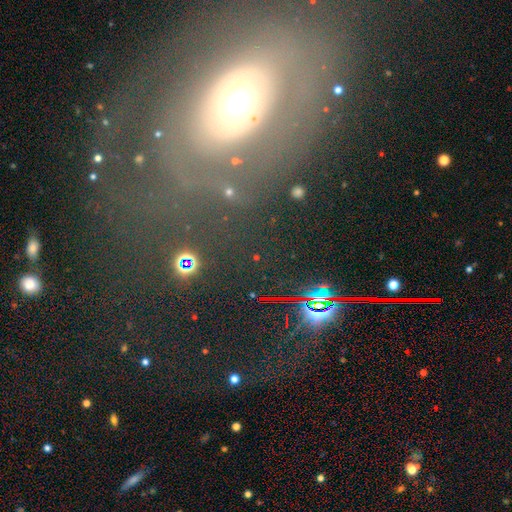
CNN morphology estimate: smooth-or-featured: star or artifact: 38% | featured or disk: 36% | smooth: 26%